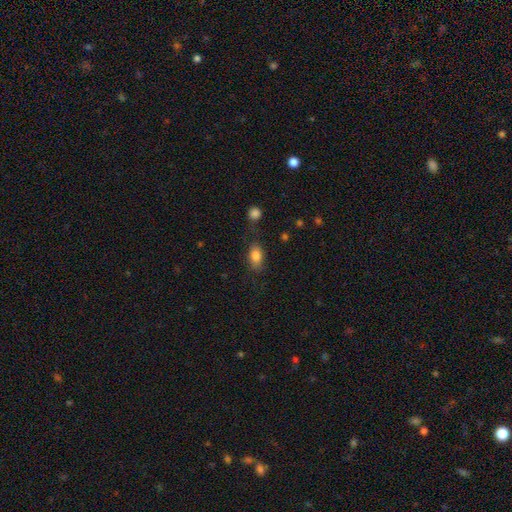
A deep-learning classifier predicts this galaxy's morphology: This appears to be a smooth galaxy with no disk features (83%) that is in between round and cigar-shaped (85%). Merging: none (70%).